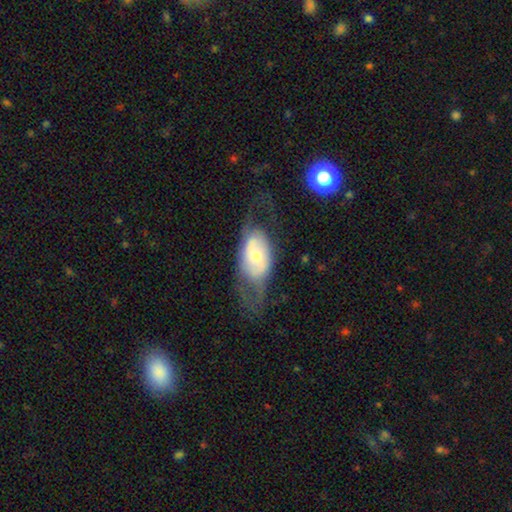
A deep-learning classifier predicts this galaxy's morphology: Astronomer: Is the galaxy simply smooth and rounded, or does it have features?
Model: featured or disk — 60%.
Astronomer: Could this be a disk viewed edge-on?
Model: no — 87%.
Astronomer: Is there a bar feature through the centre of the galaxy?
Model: no — 66%.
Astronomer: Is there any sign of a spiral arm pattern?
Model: yes — 51% (runner-up: no, 49%).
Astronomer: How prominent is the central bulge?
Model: small — 45% (runner-up: moderate, 44%).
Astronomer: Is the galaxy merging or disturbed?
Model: none — 51% (runner-up: major disturbance, 26%).